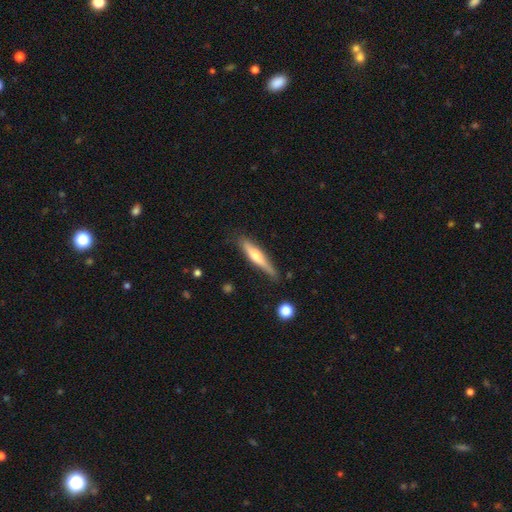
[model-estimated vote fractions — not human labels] Morphology: type=featured or disk (48%); merging=none (75%).